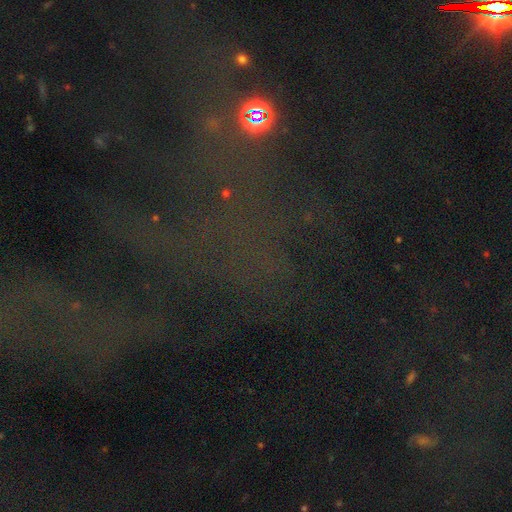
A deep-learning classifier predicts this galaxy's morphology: A star or artifact, not a galaxy (69%).

Vote fractions:
- Smooth or featured? star or artifact: 69% / smooth: 16% / featured or disk: 15%